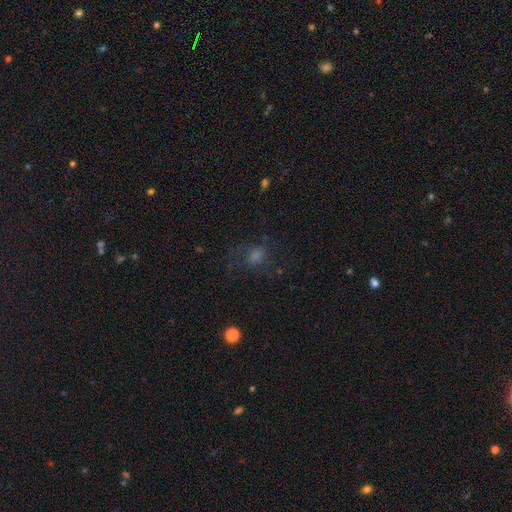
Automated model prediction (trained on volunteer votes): A smooth galaxy with no disk features (38%).

Vote fractions:
- Smooth or featured? smooth: 38% / featured or disk: 34% / star or artifact: 29%
- Merging? none: 58% / major disturbance: 22% / minor disturbance: 17% / merger: 2%